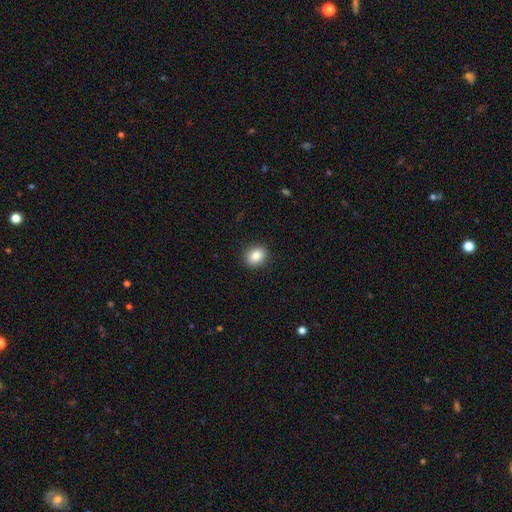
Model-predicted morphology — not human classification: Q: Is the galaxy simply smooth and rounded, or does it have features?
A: smooth — 85%.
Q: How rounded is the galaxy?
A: round — 61%.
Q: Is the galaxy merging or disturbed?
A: none — 90%.